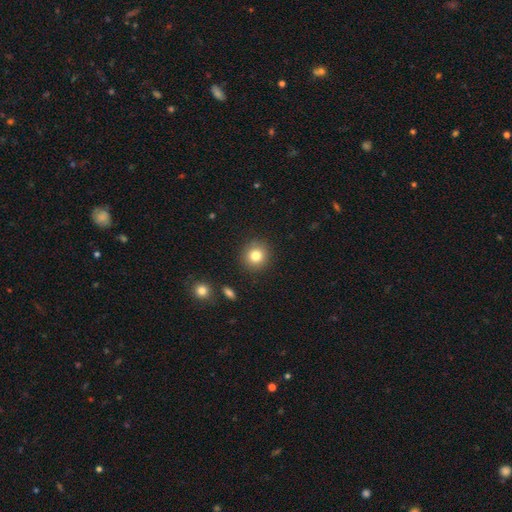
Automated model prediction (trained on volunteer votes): The model was most divided on "smooth or featured": smooth: 81%, star or artifact: 11%, featured or disk: 8%. More confident: how rounded — round (91%); merging — none (90%).